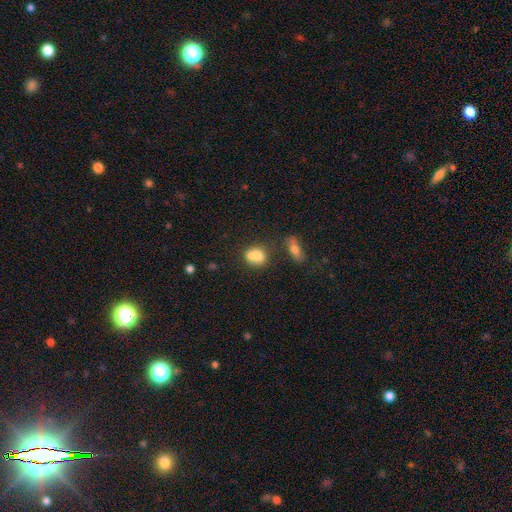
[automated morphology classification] type=smooth (72%); roundness=in between (49%); merging=merger (51%).